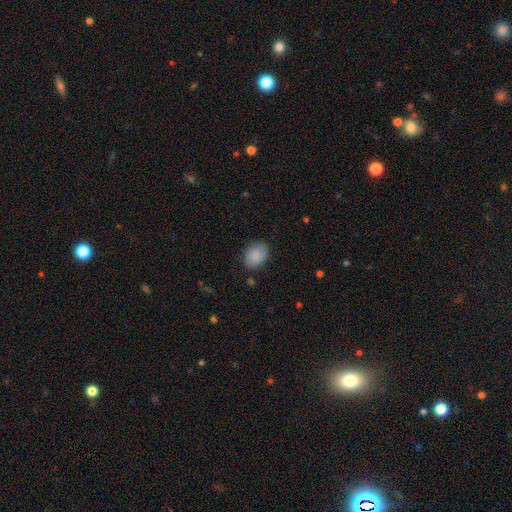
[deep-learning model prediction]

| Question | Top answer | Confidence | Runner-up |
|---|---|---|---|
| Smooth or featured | smooth | 88% | star or artifact (7%) |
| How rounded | in between | 70% | round (29%) |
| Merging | none | 83% | minor disturbance (13%) |